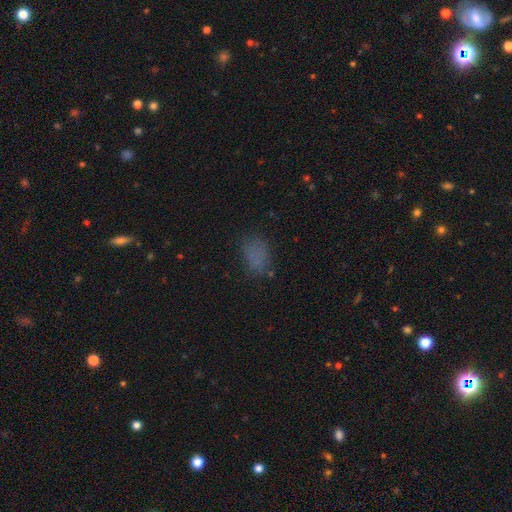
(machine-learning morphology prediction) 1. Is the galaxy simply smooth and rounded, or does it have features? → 72% smooth, 18% star or artifact, 10% featured or disk.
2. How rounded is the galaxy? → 84% in between, 14% round, 2% cigar-shaped.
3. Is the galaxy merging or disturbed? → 67% none, 20% minor disturbance, 11% major disturbance, 3% merger.